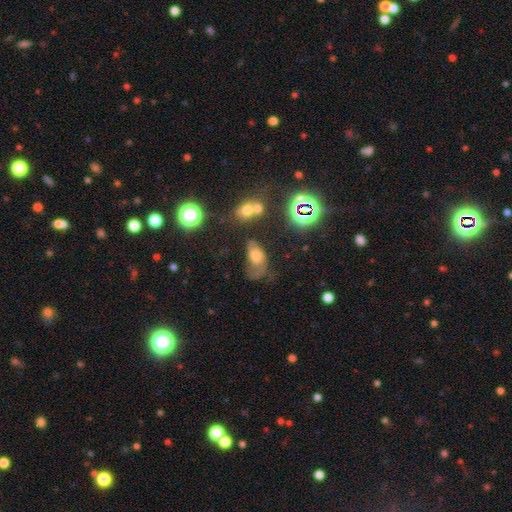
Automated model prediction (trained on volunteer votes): This is marginally a smooth galaxy (41%). Merging: marginally major disturbance (37%).